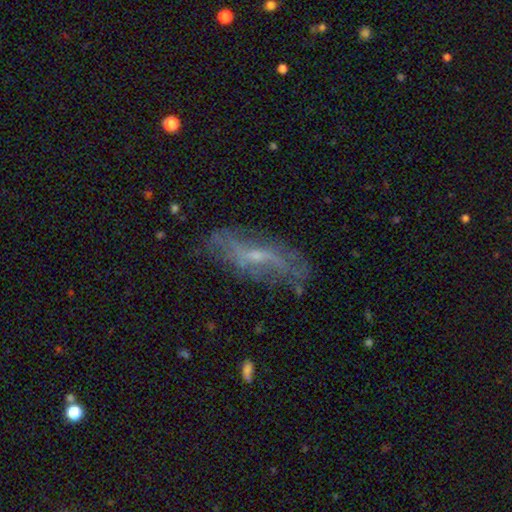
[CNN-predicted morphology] A featured or disk galaxy (61%).

Vote fractions:
- Smooth or featured? featured or disk: 61% / smooth: 28% / star or artifact: 11%
- Edge-on disk? no: 71% / yes: 29%
- Merging? none: 67% / minor disturbance: 21% / major disturbance: 10% / merger: 2%